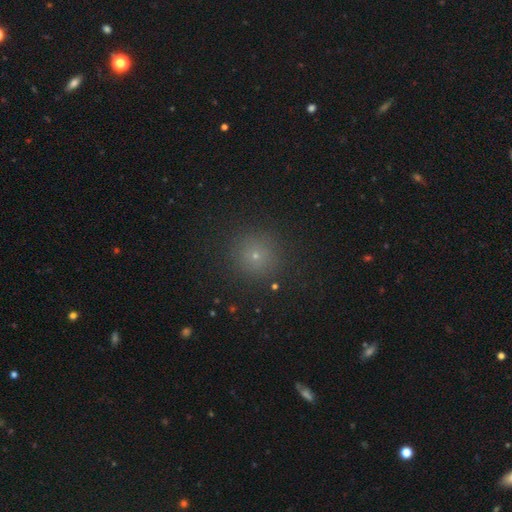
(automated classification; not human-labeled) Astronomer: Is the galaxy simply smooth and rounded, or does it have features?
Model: smooth — 69%.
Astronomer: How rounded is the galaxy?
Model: round — 95%.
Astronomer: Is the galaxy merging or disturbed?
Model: none — 89%.